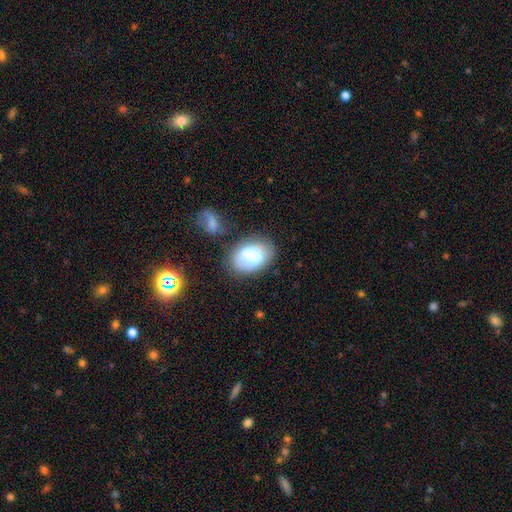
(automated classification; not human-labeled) smooth_or_featured: smooth (p=0.66) [alt: featured or disk p=0.25]
how_rounded: in between (p=0.82) [alt: round p=0.17]
merging: none (p=0.50) [alt: minor disturbance p=0.24]